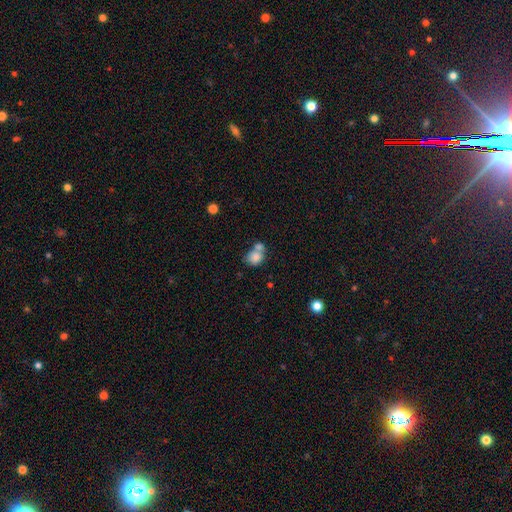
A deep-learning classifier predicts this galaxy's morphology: The model was most divided on "how rounded": round: 60%, in between: 39%, cigar-shaped: 1%. More confident: smooth or featured — smooth (80%); merging — merger (53%).